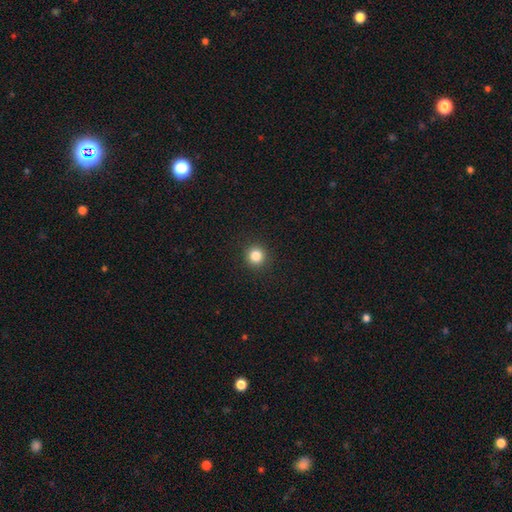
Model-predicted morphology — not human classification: Smooth or featured? smooth (84%)
How rounded? round (94%)
Merging? none (93%)